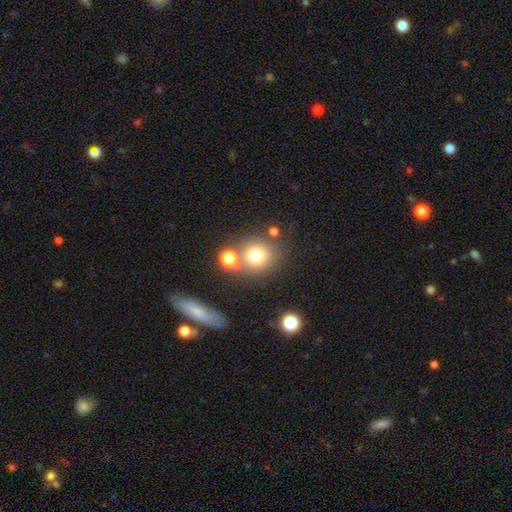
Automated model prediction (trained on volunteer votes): Smooth or featured? smooth (71%)
How rounded? round (88%)
Merging? none (65%)